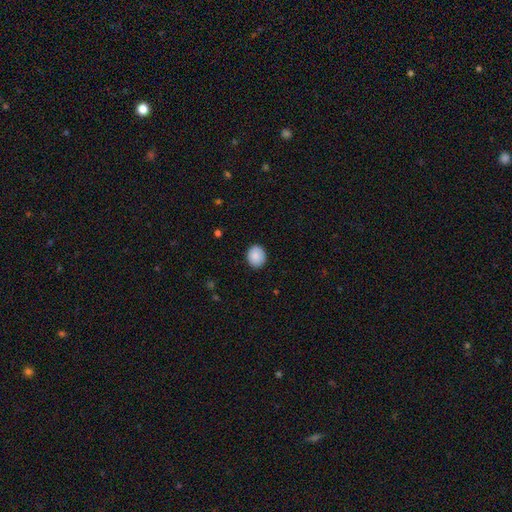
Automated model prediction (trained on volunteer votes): Smooth or featured: smooth — 88% (star or artifact — 7%)
How rounded: round — 64% (in between — 35%)
Merging: none — 89% (minor disturbance — 8%)